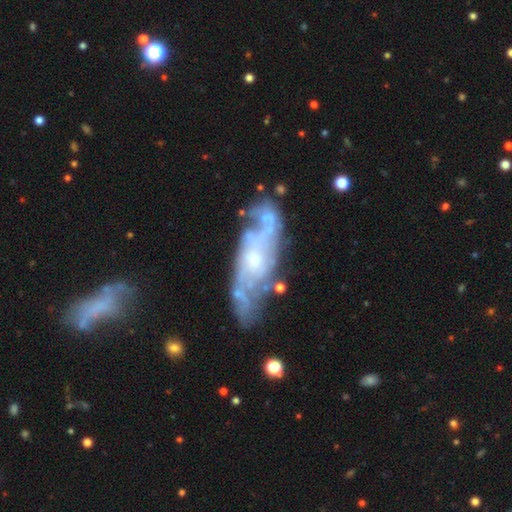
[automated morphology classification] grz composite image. It shows a featured or disk galaxy (79%) with no bar (66%), tight (42%) spiral arms (82%) and a small central bulge (59%). Merging: none (64%).